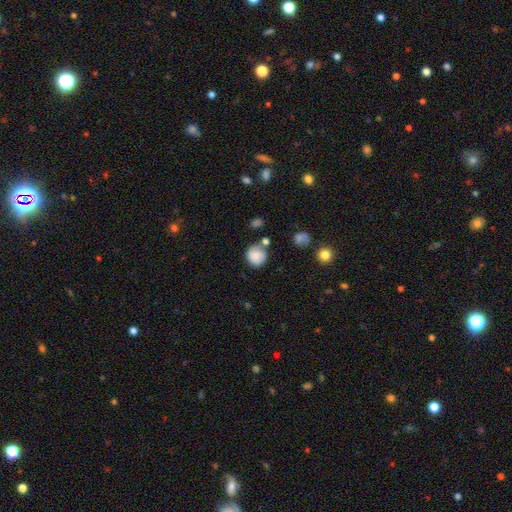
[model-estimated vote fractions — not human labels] A smooth galaxy with no disk features (81%) that is round (89%).

Vote fractions:
- Smooth or featured? smooth: 81% / featured or disk: 10% / star or artifact: 9%
- How rounded? round: 89% / in between: 10% / cigar-shaped: 1%
- Merging? none: 65% / minor disturbance: 18% / merger: 11% / major disturbance: 5%